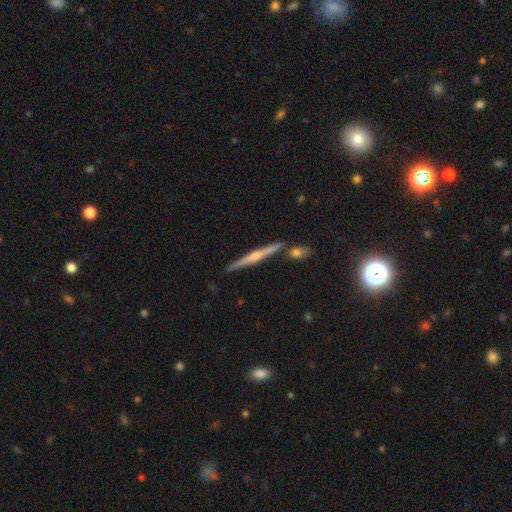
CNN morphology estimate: Smooth or featured? Predicted: featured or disk (p=0.70). Edge-on disk? Predicted: yes (p=0.96). Edge-on bulge? Predicted: rounded (p=0.74). Merging? Predicted: none (p=0.80).